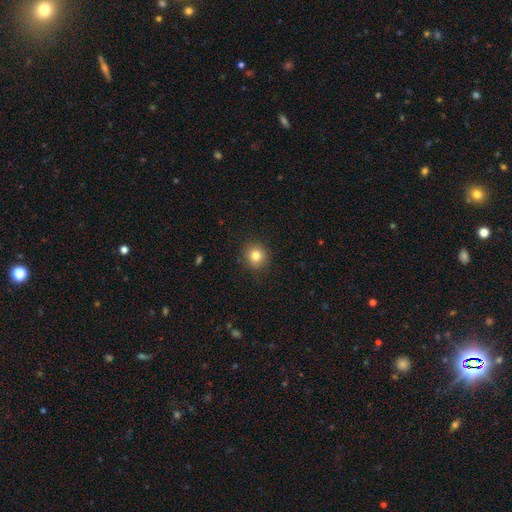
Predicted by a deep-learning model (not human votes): The model was most divided on "smooth or featured": smooth: 82%, star or artifact: 11%, featured or disk: 7%. More confident: merging — none (89%); how rounded — round (89%).